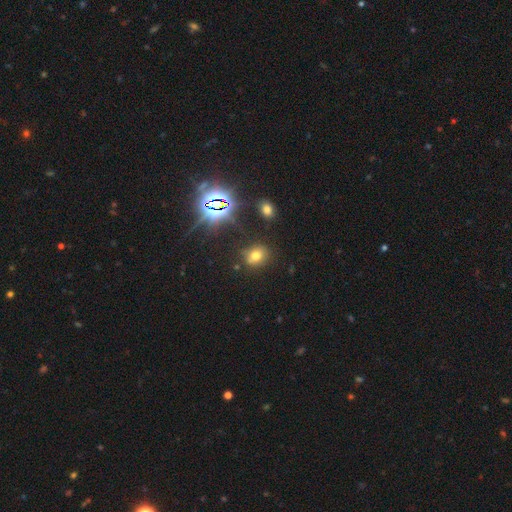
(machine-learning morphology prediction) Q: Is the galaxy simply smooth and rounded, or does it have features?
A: smooth — 62%.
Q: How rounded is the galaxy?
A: round — 56%.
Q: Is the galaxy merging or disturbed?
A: none — 80%.